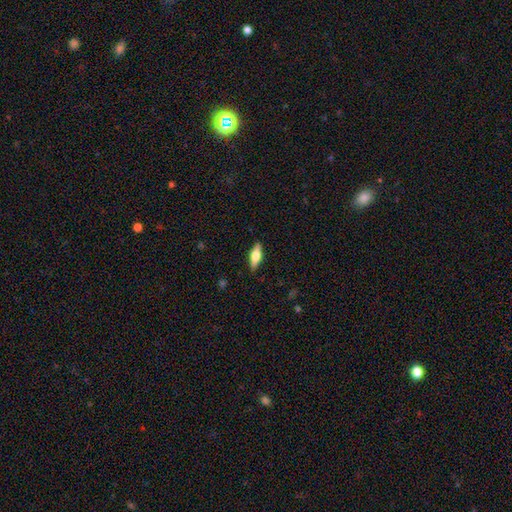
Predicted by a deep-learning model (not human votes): smooth-or-featured: featured or disk: 49% | smooth: 44% | star or artifact: 6%
  merging: none: 89% | minor disturbance: 8% | major disturbance: 2% | merger: 1%